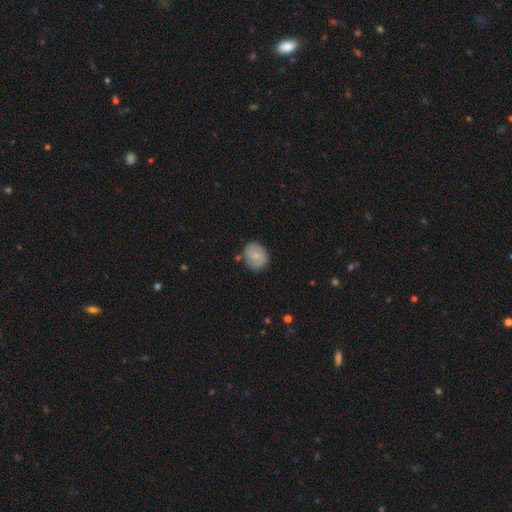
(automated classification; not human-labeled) Overall: smooth (59%; featured or disk 34%). How rounded: round (63%; in between 36%). Merging: none (72%).